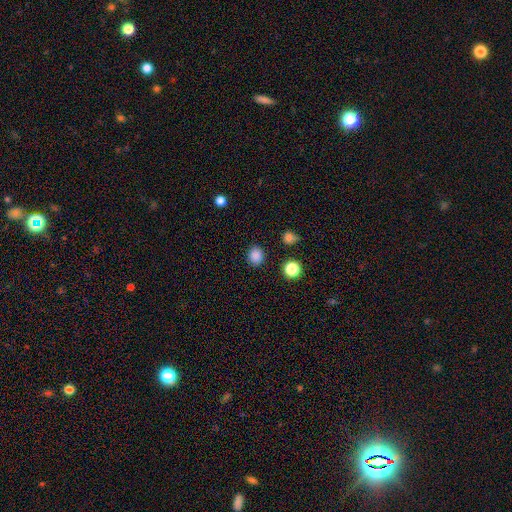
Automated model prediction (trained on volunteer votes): Morphology: type=smooth (85%); roundness=round (75%); merging=none (88%).